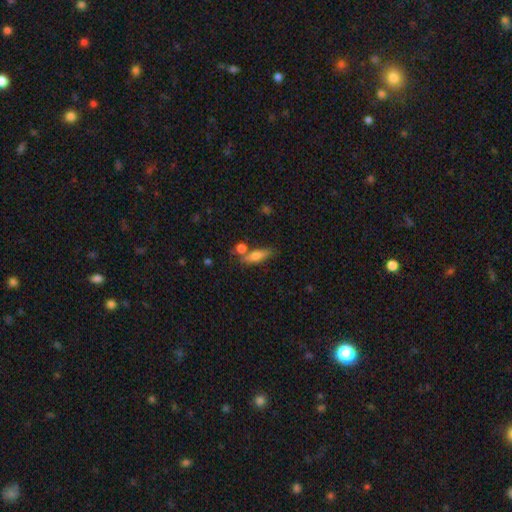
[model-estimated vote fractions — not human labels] Smooth or featured: smooth — 67% (featured or disk — 25%)
How rounded: cigar-shaped — 55% (in between — 41%)
Merging: none — 63% (merger — 17%)